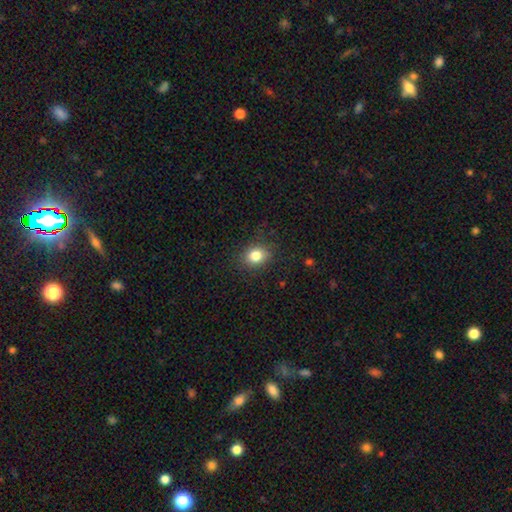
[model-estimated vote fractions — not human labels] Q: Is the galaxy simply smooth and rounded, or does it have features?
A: smooth — 82%.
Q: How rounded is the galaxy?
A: round — 59%.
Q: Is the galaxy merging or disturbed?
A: none — 83%.